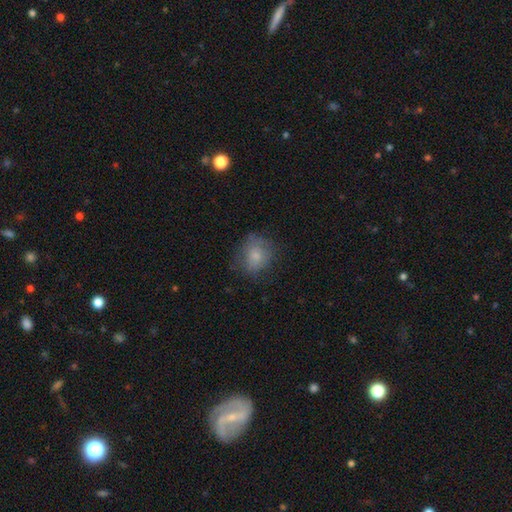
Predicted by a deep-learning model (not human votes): Morphology: type=smooth (73%); roundness=round (66%); merging=none (65%).